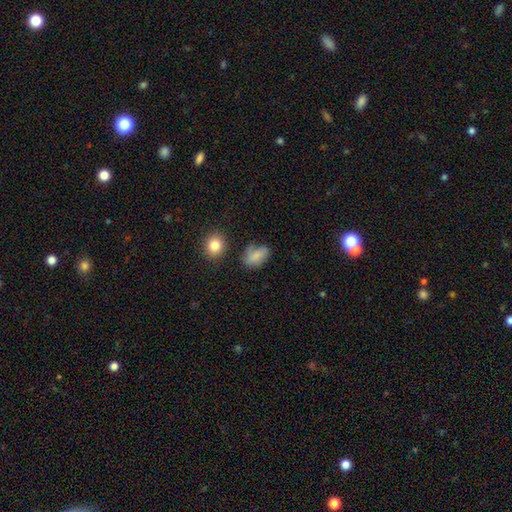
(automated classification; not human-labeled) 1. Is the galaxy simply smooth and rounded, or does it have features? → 75% smooth, 14% featured or disk, 11% star or artifact.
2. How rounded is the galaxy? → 81% in between, 16% round, 3% cigar-shaped.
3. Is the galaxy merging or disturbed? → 54% none, 28% minor disturbance, 12% major disturbance, 6% merger.